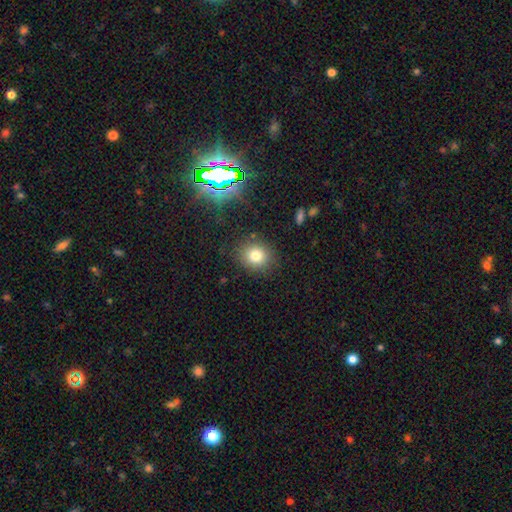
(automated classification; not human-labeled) A smooth galaxy with no disk features (78%) that is round (75%). Merging: none (85%).